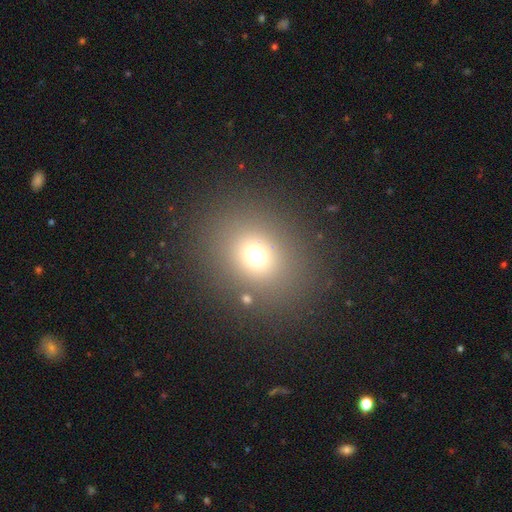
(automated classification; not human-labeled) Smooth or featured? Predicted: smooth (p=0.69). How rounded? Predicted: round (p=0.65). Merging? Predicted: none (p=0.85).